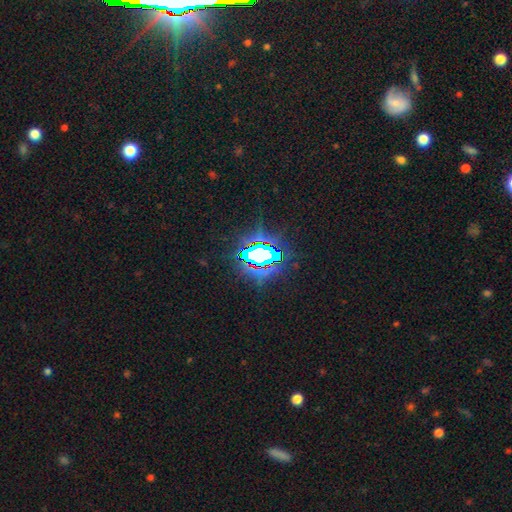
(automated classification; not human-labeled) star or artifact 74%, smooth 13%, featured or disk 12%.